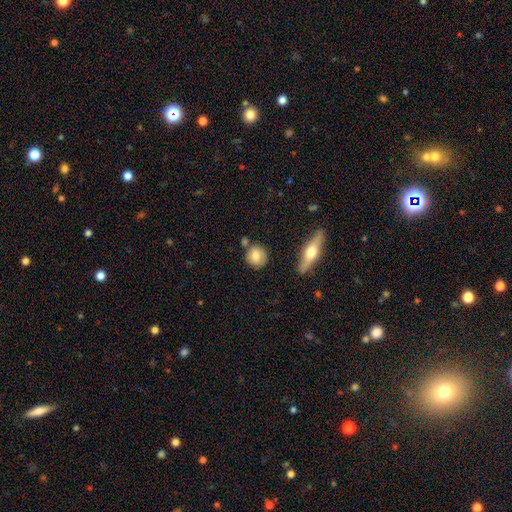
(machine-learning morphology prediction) Q: Smooth or featured?
A: smooth (72%); runner-up: featured or disk (21%)
Q: How rounded?
A: round (83%); runner-up: in between (14%)
Q: Merging?
A: none (78%); runner-up: minor disturbance (12%)